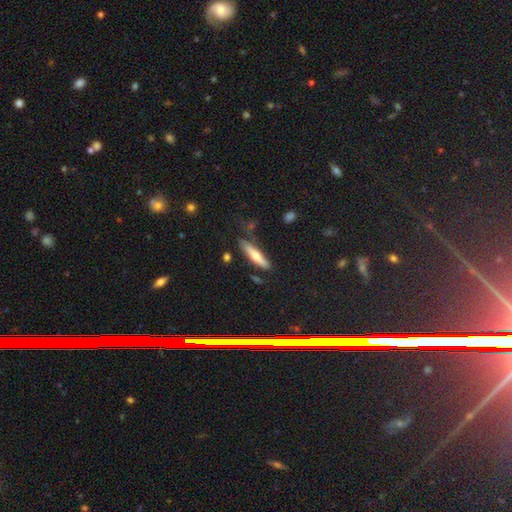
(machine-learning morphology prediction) Smooth or featured: smooth — 55% (featured or disk — 37%)
How rounded: cigar-shaped — 81% (in between — 17%)
Merging: none — 76% (minor disturbance — 16%)